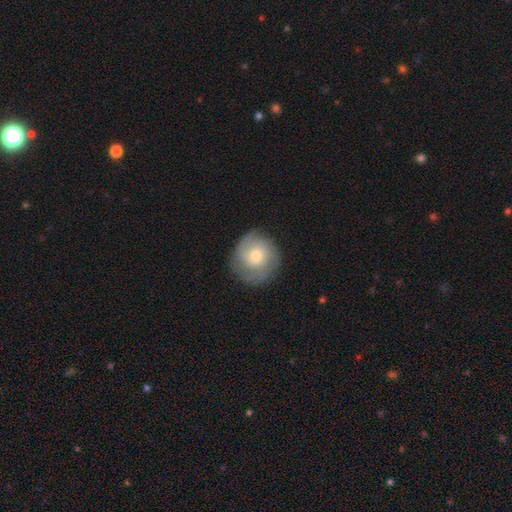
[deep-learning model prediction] smooth-or-featured: featured or disk: 58% | smooth: 33% | star or artifact: 8%
  disk-edge-on: no: 97% | yes: 3%
    bar: no: 72% | weak: 24% | strong: 4%
    has-spiral-arms: yes: 86% | no: 14%
    bulge-size: moderate: 59% | small: 34% | large: 4% | none: 1% | dominant: 1%
  merging: none: 83% | minor disturbance: 13% | major disturbance: 4% | merger: 1%